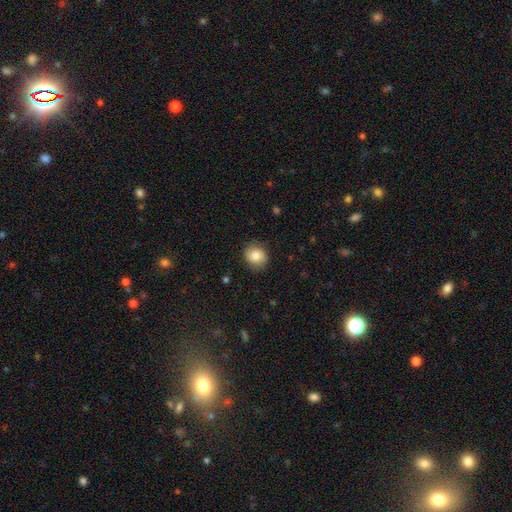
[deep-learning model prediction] Q: Smooth or featured?
A: smooth (81%); runner-up: featured or disk (10%)
Q: How rounded?
A: round (73%); runner-up: in between (26%)
Q: Merging?
A: none (84%); runner-up: minor disturbance (12%)